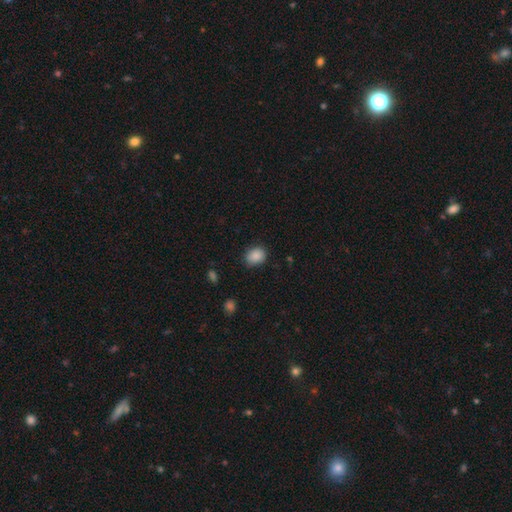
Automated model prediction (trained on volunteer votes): This is clearly a smooth galaxy (88%). How rounded: possibly round (50%). Merging: clearly none (80%).